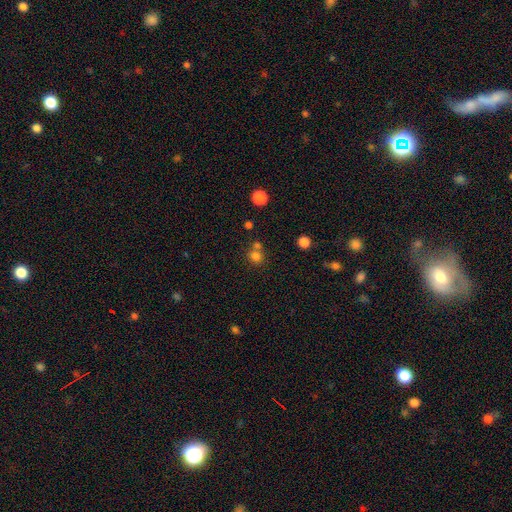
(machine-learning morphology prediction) Overall: smooth (77%). How rounded: round (86%). Merging: none (58%; merger 31%).